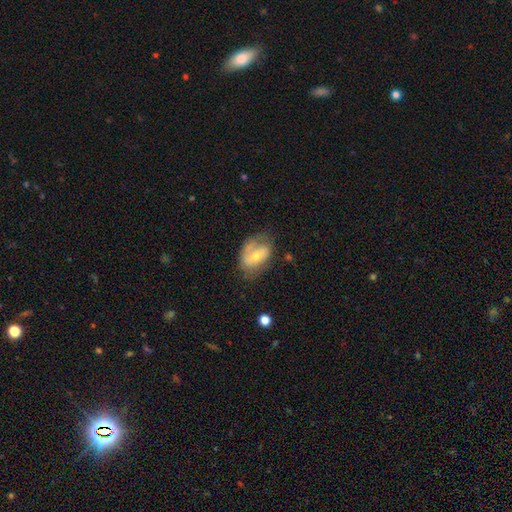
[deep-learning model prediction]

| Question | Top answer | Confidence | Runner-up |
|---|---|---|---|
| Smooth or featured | featured or disk | 52% | smooth (41%) |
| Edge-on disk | no | 94% | yes (6%) |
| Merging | none | 48% | minor disturbance (30%) |